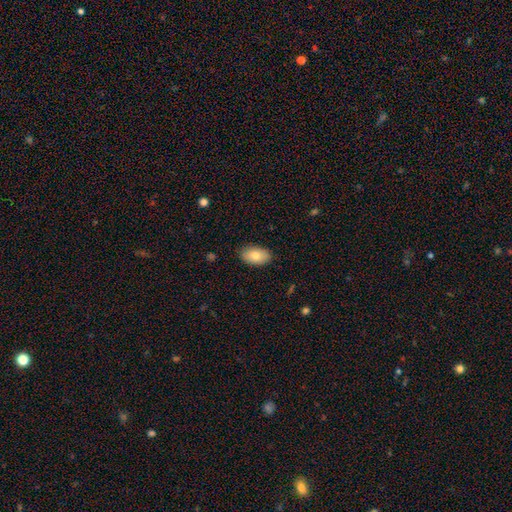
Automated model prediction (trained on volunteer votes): This appears to be a smooth galaxy with no disk features (79%) that is in between round and cigar-shaped (93%). Merging: none (87%).